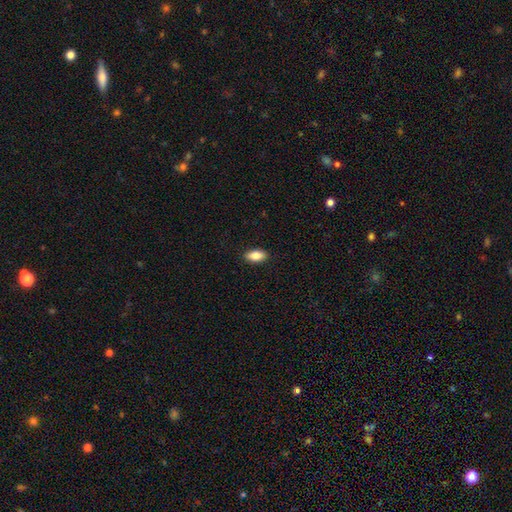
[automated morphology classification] This is clearly a smooth galaxy (83%). How rounded: clearly in between (90%). Merging: clearly none (90%).